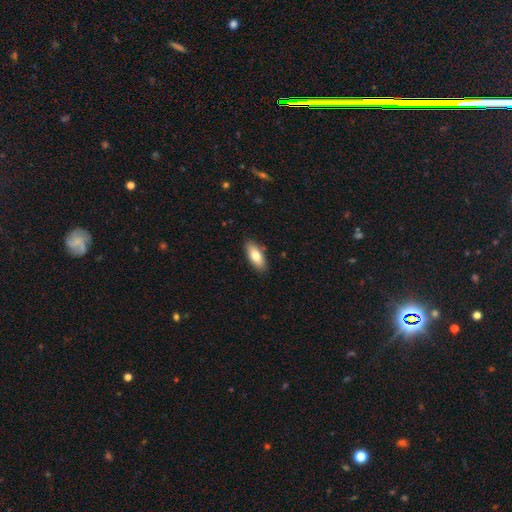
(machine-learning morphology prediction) Smooth or featured? Predicted: smooth (p=0.78). How rounded? Predicted: in between (p=0.81). Merging? Predicted: none (p=0.87).